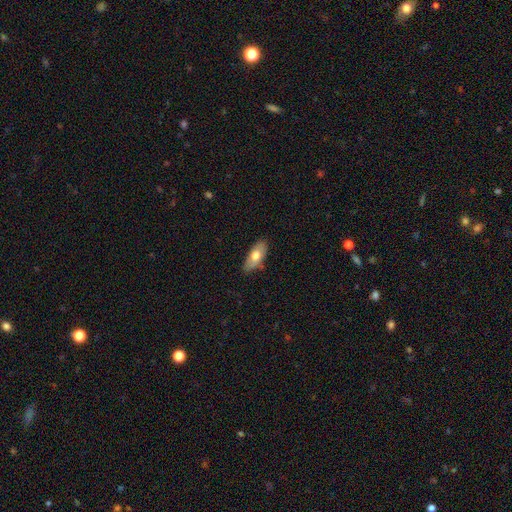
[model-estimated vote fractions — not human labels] Q: Smooth or featured?
A: smooth (65%); runner-up: featured or disk (29%)
Q: How rounded?
A: in between (85%); runner-up: cigar-shaped (12%)
Q: Merging?
A: none (82%); runner-up: minor disturbance (14%)